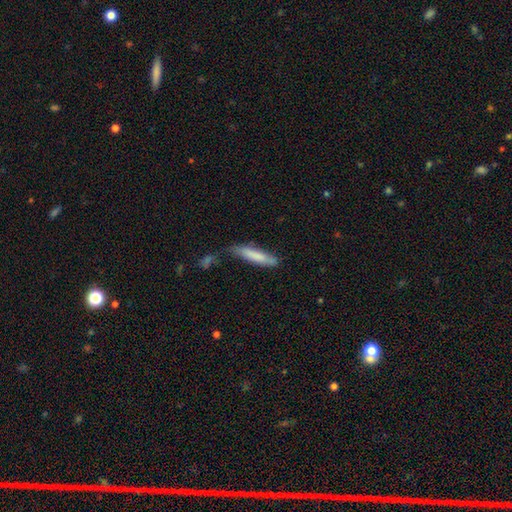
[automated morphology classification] A smooth galaxy with no disk features (78%) that is cigar-shaped (85%). Merging: none (58%).